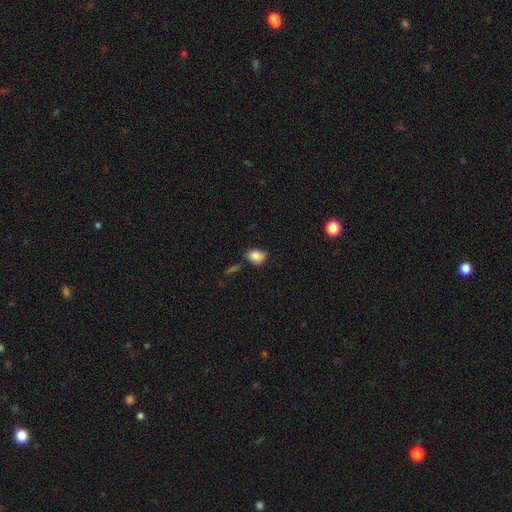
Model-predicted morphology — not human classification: Smooth or featured: smooth — 85% (star or artifact — 9%)
How rounded: in between — 55% (round — 44%)
Merging: none — 67% (minor disturbance — 24%)